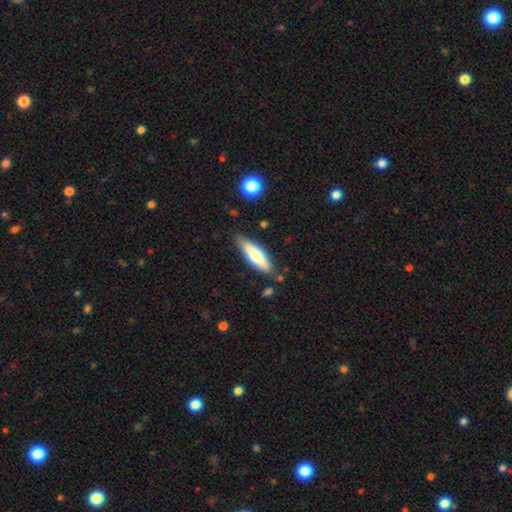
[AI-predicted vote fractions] smooth_or_featured: smooth (p=0.65) [alt: featured or disk p=0.30]
how_rounded: cigar-shaped (p=0.57) [alt: in between p=0.42]
merging: none (p=0.82) [alt: minor disturbance p=0.13]